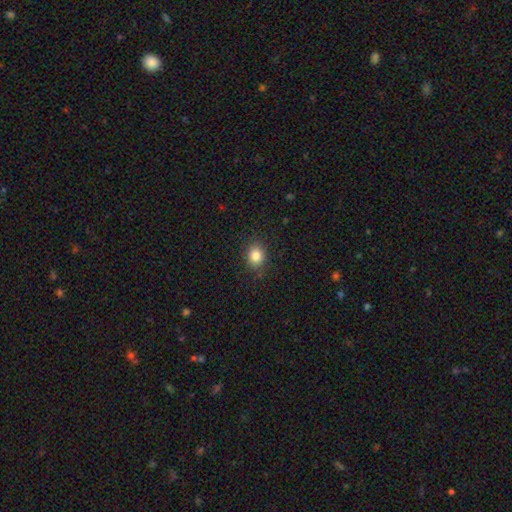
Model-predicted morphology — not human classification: smooth 83%, star or artifact 11%, featured or disk 6%. Down the decision tree: how rounded — round (59%); merging — none (86%).